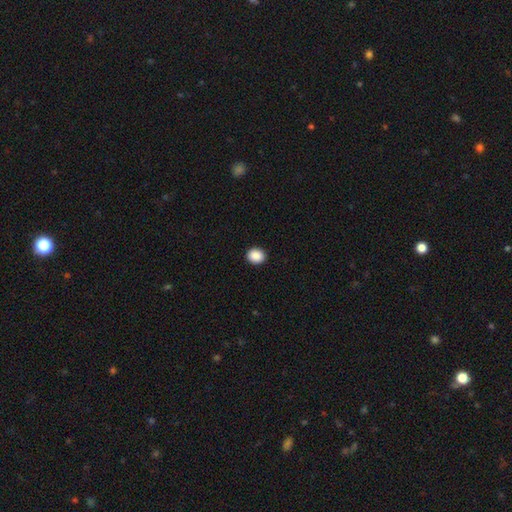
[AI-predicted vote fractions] Smooth or featured: smooth — 89% (star or artifact — 9%)
How rounded: round — 74% (in between — 25%)
Merging: none — 92% (minor disturbance — 5%)